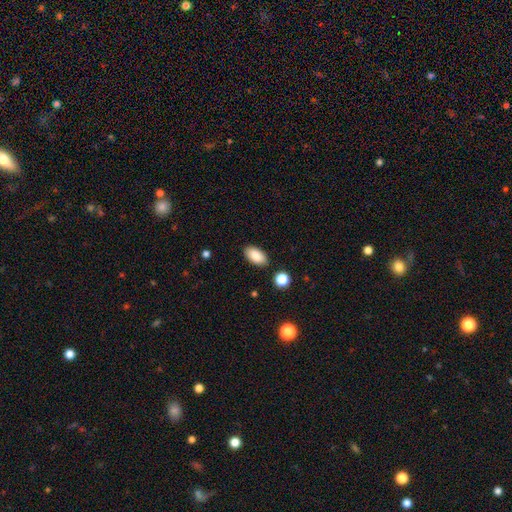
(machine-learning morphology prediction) Smooth or featured: smooth — 86% (star or artifact — 7%)
How rounded: in between — 94% (round — 3%)
Merging: none — 88% (minor disturbance — 8%)